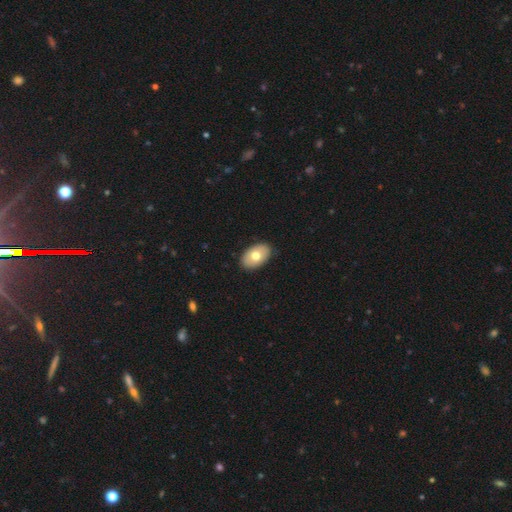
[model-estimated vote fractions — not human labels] Smooth or featured?
  - smooth: 68% *
  - featured or disk: 26%
  - star or artifact: 6%
How rounded?
  - in between: 91% *
  - round: 8%
  - cigar-shaped: 1%
Merging?
  - none: 89% *
  - minor disturbance: 8%
  - major disturbance: 2%
  - merger: 1%